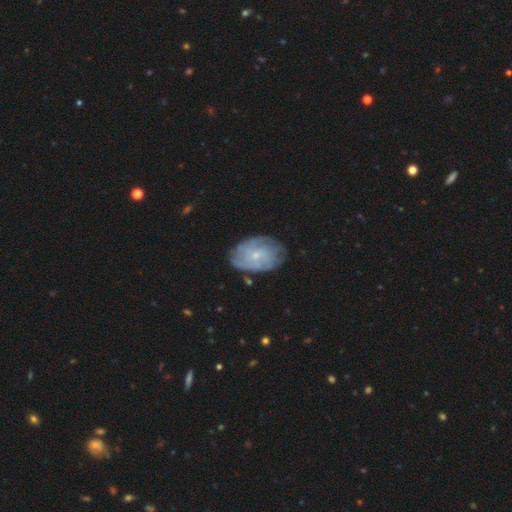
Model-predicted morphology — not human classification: This appears to be a featured or disk galaxy (65%) with no bar (69%), spiral arms (77%) and a small central bulge (73%). Merging: none (71%).